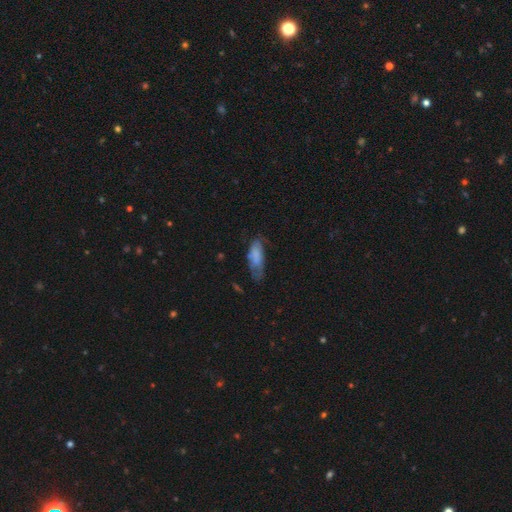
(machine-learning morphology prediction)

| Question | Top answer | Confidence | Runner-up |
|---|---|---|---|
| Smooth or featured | smooth | 68% | featured or disk (24%) |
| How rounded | in between | 77% | cigar-shaped (21%) |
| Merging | none | 38% | minor disturbance (35%) |